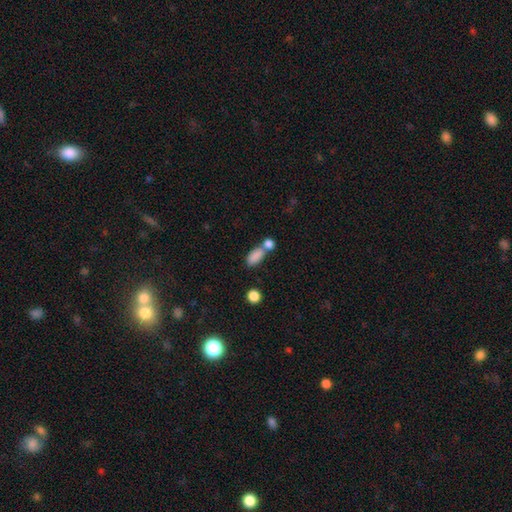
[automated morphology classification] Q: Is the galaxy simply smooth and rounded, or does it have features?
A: smooth — 84%.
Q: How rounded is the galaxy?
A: in between — 86%.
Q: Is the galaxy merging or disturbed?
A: merger — 44%.